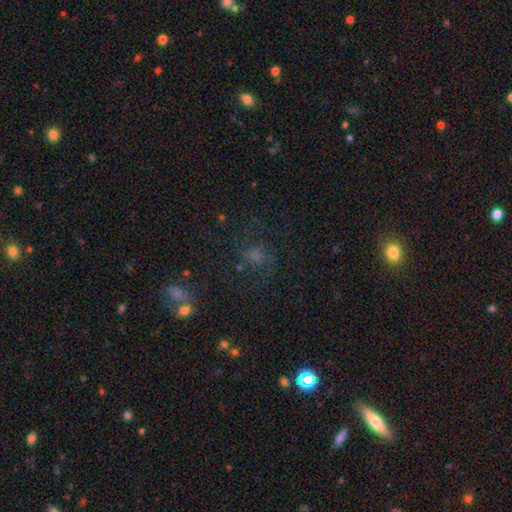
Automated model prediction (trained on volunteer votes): Smooth or featured?
  - smooth: 39% *
  - featured or disk: 35%
  - star or artifact: 25%
Merging?
  - none: 59% *
  - major disturbance: 19%
  - minor disturbance: 17%
  - merger: 4%